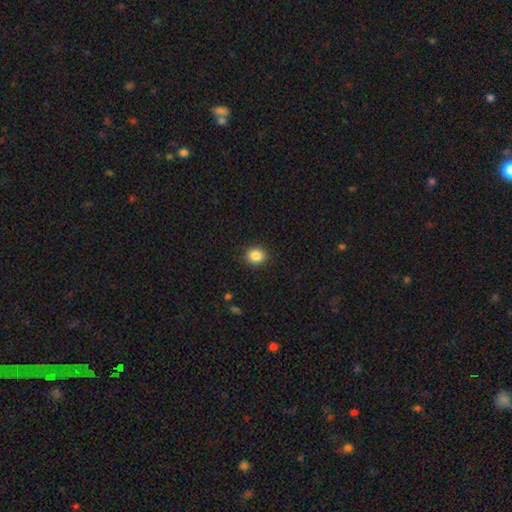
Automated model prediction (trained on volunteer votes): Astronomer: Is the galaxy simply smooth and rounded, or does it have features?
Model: smooth — 86%.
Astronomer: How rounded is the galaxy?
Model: round — 73%.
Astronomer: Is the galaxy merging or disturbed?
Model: none — 90%.